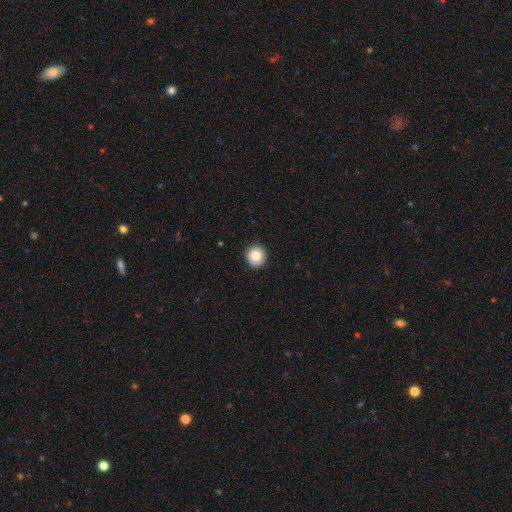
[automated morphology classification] Smooth or featured?
  - smooth: 87% *
  - star or artifact: 9%
  - featured or disk: 5%
How rounded?
  - round: 88% *
  - in between: 11%
  - cigar-shaped: 1%
Merging?
  - none: 90% *
  - minor disturbance: 7%
  - major disturbance: 2%
  - merger: 1%